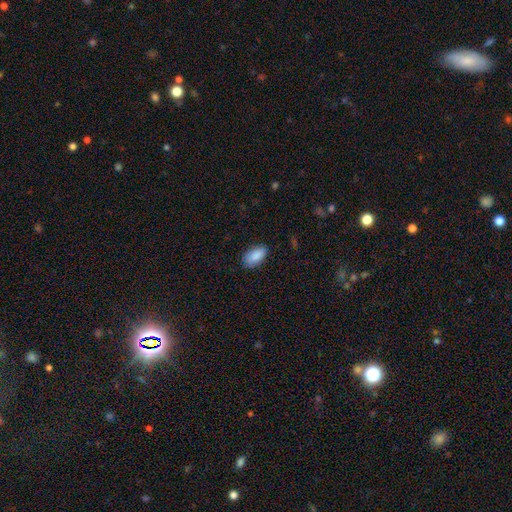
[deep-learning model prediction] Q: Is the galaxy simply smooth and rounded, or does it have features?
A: smooth — 89%.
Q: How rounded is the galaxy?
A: in between — 94%.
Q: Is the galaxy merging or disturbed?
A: none — 84%.